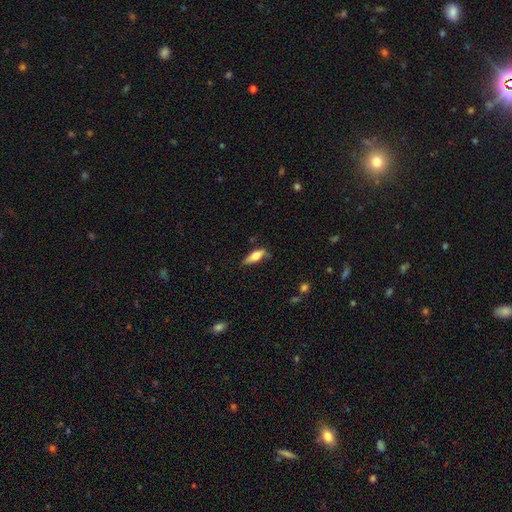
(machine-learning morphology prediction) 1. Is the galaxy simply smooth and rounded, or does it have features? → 67% smooth, 26% featured or disk, 7% star or artifact.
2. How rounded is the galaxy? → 65% in between, 32% cigar-shaped, 3% round.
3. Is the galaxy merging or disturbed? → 57% none, 31% minor disturbance, 9% major disturbance, 3% merger.